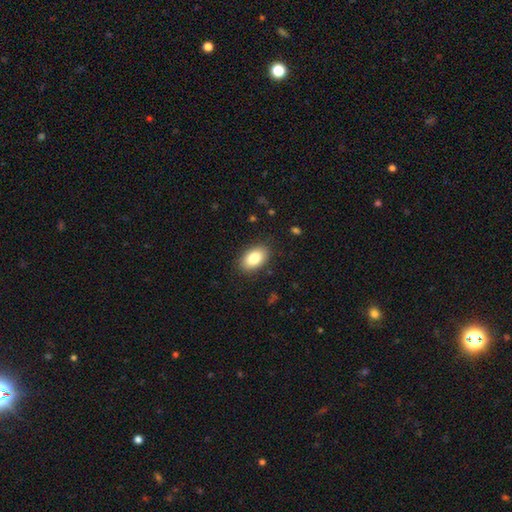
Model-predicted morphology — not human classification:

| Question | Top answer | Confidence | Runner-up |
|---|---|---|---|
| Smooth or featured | smooth | 84% | featured or disk (9%) |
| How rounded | in between | 90% | round (8%) |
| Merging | none | 87% | minor disturbance (10%) |